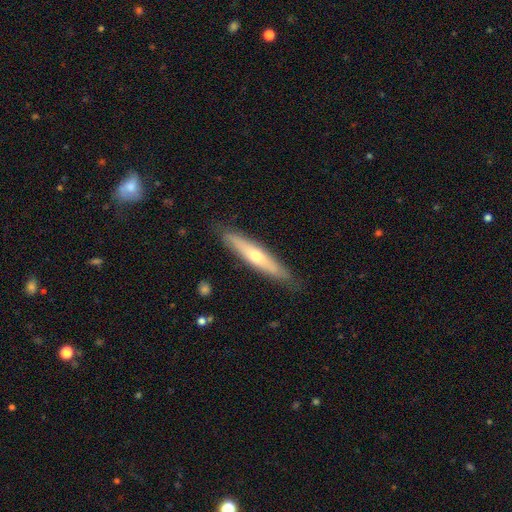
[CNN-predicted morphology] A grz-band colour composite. It shows a featured or disk galaxy (48%). Merging: none (85%).